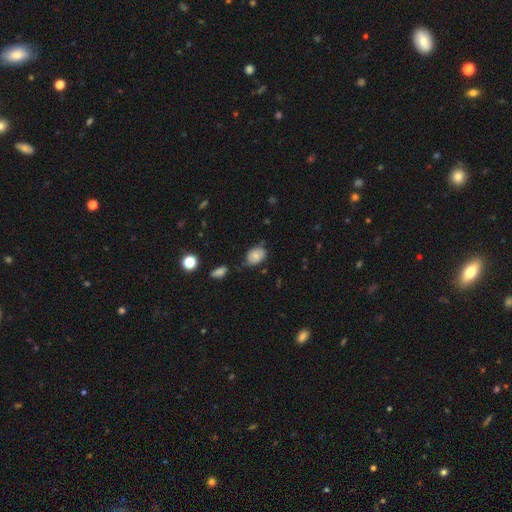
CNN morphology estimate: smooth-or-featured: smooth: 72% | featured or disk: 18% | star or artifact: 9%
  how-rounded: in between: 74% | round: 25% | cigar-shaped: 1%
  merging: none: 56% | minor disturbance: 32% | major disturbance: 7% | merger: 5%